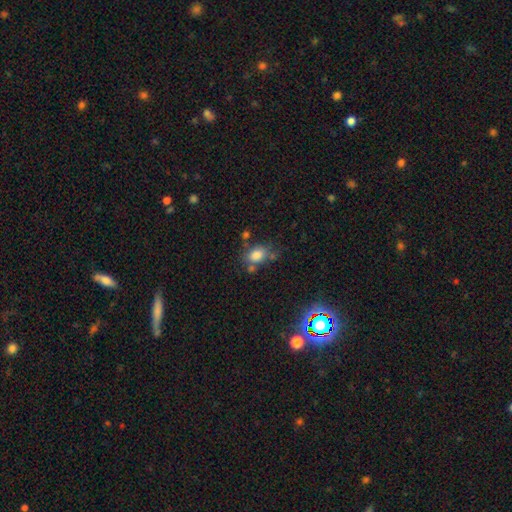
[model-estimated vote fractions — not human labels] smooth 80%, star or artifact 12%, featured or disk 9%. Down the decision tree: how rounded — in between (68%); merging — none (57%).